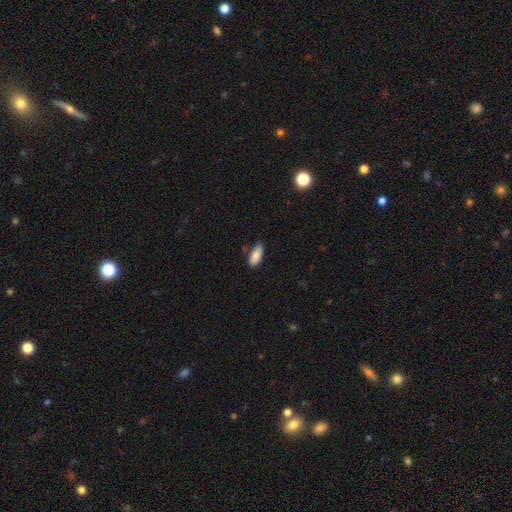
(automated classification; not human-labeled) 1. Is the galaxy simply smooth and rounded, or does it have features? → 85% smooth, 9% featured or disk, 7% star or artifact.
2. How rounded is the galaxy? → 83% in between, 16% cigar-shaped, 2% round.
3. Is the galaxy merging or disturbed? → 70% none, 23% minor disturbance, 3% merger, 3% major disturbance.